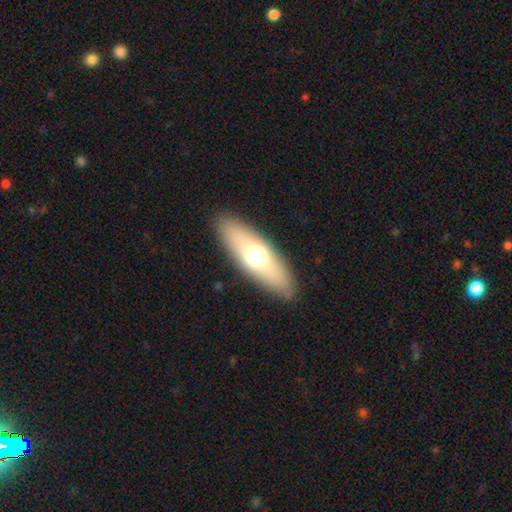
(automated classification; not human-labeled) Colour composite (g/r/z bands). It shows a smooth galaxy with no disk features (61%) that is in between round and cigar-shaped (57%). Merging: none (87%).